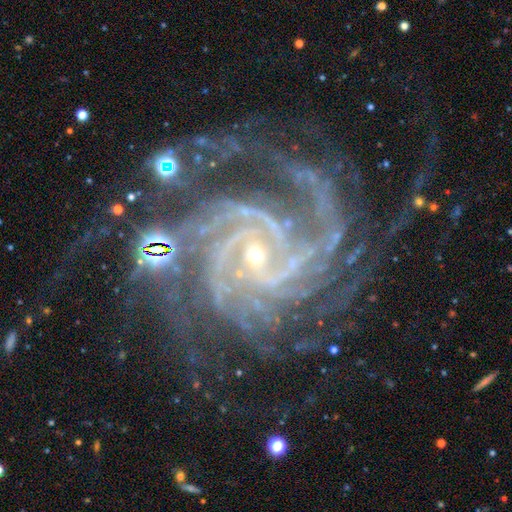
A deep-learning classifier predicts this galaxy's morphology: A featured or disk galaxy (93%) with no bar (46%), 4 (27%) tight (71%) spiral arms (99%) and a small central bulge (81%).

Vote fractions:
- Smooth or featured? featured or disk: 93% / star or artifact: 5% / smooth: 2%
- Edge-on disk? no: 98% / yes: 2%
- Bar? no: 46% / weak: 33% / strong: 21%
- Spiral arms? yes: 99% / no: 1%
- Spiral winding? tight: 71% / medium: 26% / loose: 3%
- Spiral arm count? 4: 27% / 3: 20% / more than 4: 20% / 2: 13% / can't tell: 11% / 1: 9%
- Bulge size? small: 81% / moderate: 15% / none: 2% / large: 1% / dominant: 1%
- Merging? none: 66% / minor disturbance: 17% / major disturbance: 13% / merger: 4%